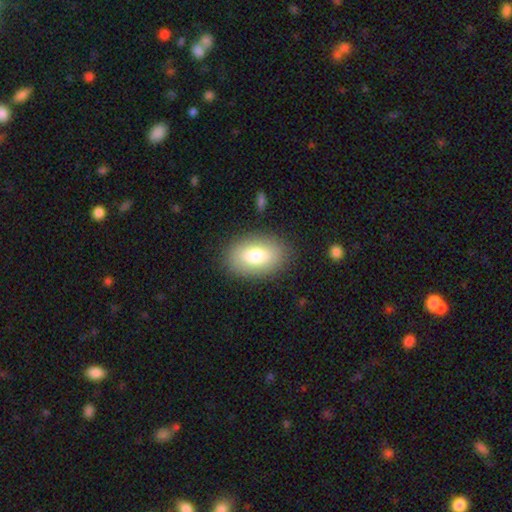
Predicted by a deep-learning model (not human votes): Morphology: type=smooth (79%); roundness=in between (91%); merging=none (86%).